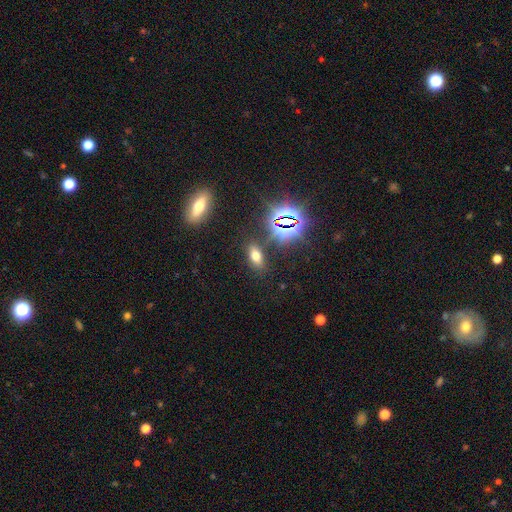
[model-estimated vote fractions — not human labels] Smooth or featured? smooth (58%)
How rounded? in between (81%)
Merging? none (81%)